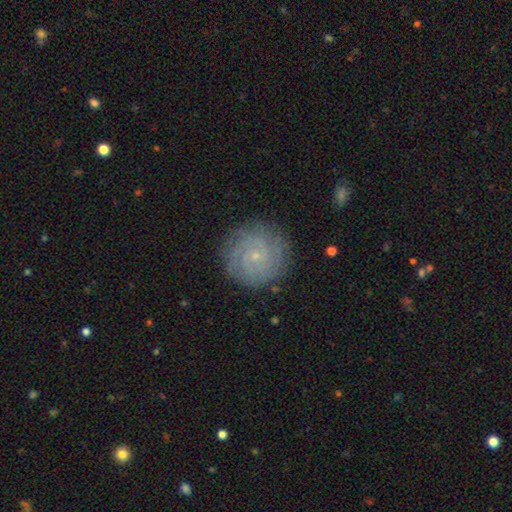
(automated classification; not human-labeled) smooth-or-featured: featured or disk: 72% | smooth: 18% | star or artifact: 10%
  disk-edge-on: no: 98% | yes: 2%
    bar: no: 77% | weak: 19% | strong: 3%
    has-spiral-arms: yes: 95% | no: 5%
      spiral-winding: tight: 79% | medium: 17% | loose: 4%
      spiral-arm-count: can't tell: 33% | 2: 19% | 3: 18% | 4: 14% | more than 4: 8% | 1: 8%
    bulge-size: small: 86% | moderate: 9% | none: 3% | large: 1% | dominant: 1%
  merging: none: 86% | minor disturbance: 10% | major disturbance: 3% | merger: 1%